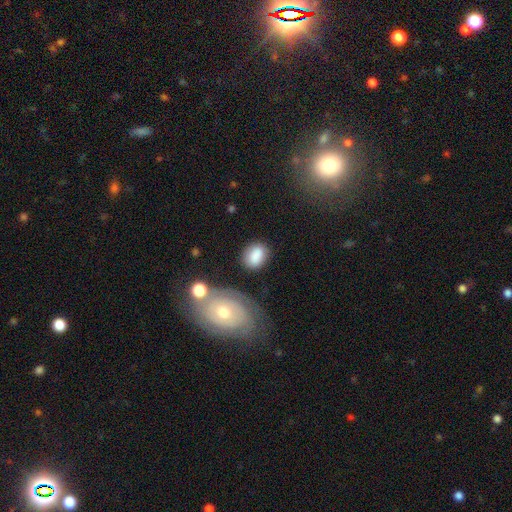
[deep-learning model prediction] This appears to be a smooth galaxy with no disk features (85%) that is in between round and cigar-shaped (69%). Merging: none (72%).